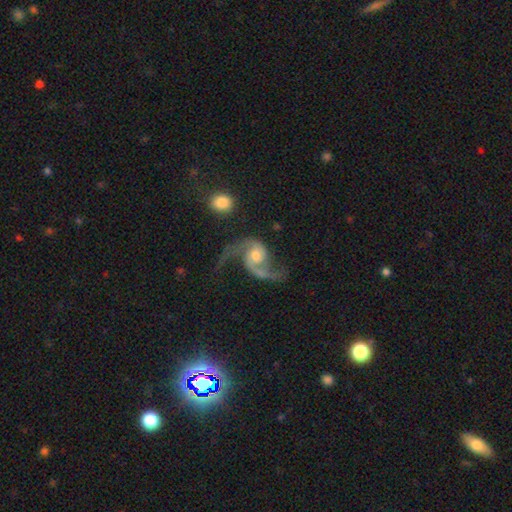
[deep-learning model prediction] A featured or disk galaxy (91%) with no bar (64%), 2 (92%) loose (61%) spiral arms (98%) and a moderate central bulge (61%).

Vote fractions:
- Smooth or featured? featured or disk: 91% / star or artifact: 5% / smooth: 5%
- Edge-on disk? no: 98% / yes: 2%
- Bar? no: 64% / weak: 29% / strong: 7%
- Spiral arms? yes: 98% / no: 2%
- Spiral winding? loose: 61% / medium: 33% / tight: 6%
- Spiral arm count? 2: 92% / 1: 3% / can't tell: 1% / 3: 1% / 4: 1% / more than 4: 1%
- Bulge size? moderate: 61% / small: 25% / large: 10% / none: 3% / dominant: 2%
- Merging? none: 59% / major disturbance: 20% / minor disturbance: 18% / merger: 4%